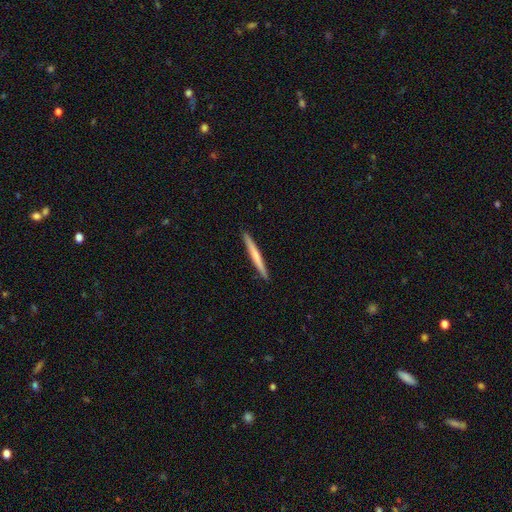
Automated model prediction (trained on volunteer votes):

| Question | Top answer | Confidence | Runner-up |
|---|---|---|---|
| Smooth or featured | smooth | 58% | featured or disk (37%) |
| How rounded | cigar-shaped | 97% | in between (2%) |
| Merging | none | 93% | minor disturbance (5%) |